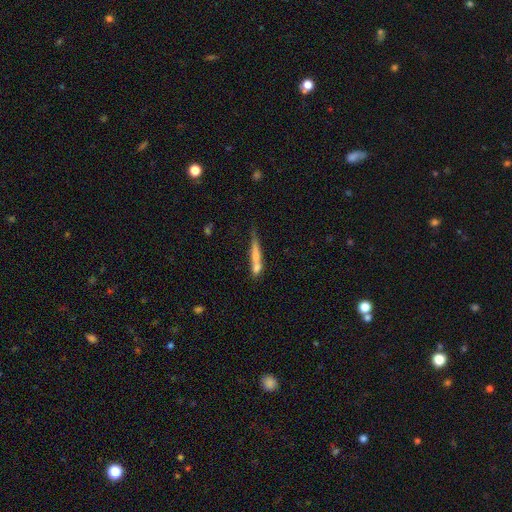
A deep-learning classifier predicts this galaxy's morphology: smooth_or_featured: smooth (p=0.55) [alt: featured or disk p=0.37]
how_rounded: cigar-shaped (p=0.86) [alt: in between p=0.11]
merging: none (p=0.43) [alt: merger p=0.32]